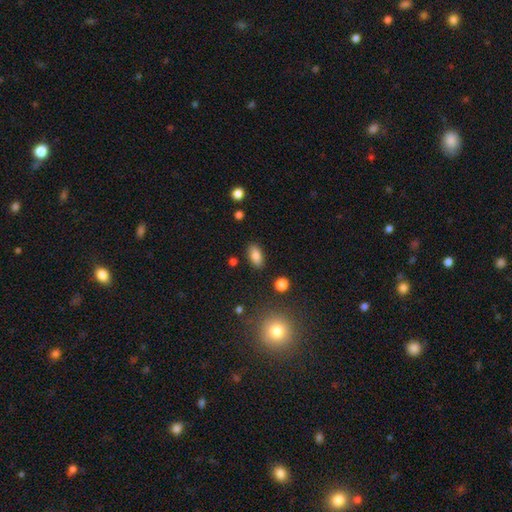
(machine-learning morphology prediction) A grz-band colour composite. It shows a smooth galaxy with no disk features (81%) that is in between round and cigar-shaped (89%). Merging: none (86%).